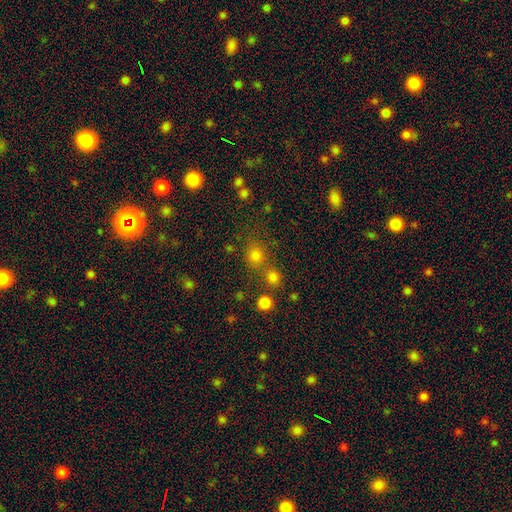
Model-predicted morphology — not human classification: smooth-or-featured: smooth: 73% | star or artifact: 20% | featured or disk: 7%
  how-rounded: round: 81% | in between: 18% | cigar-shaped: 1%
  merging: none: 65% | merger: 21% | minor disturbance: 9% | major disturbance: 4%